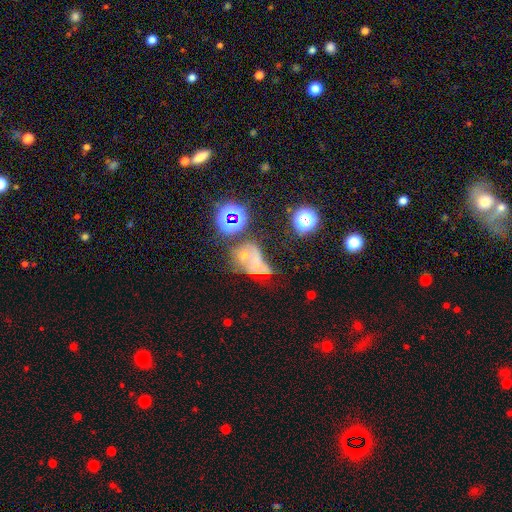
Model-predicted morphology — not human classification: smooth-or-featured: smooth: 41% | star or artifact: 30% | featured or disk: 29%
  merging: merger: 43% | none: 22% | major disturbance: 22% | minor disturbance: 13%